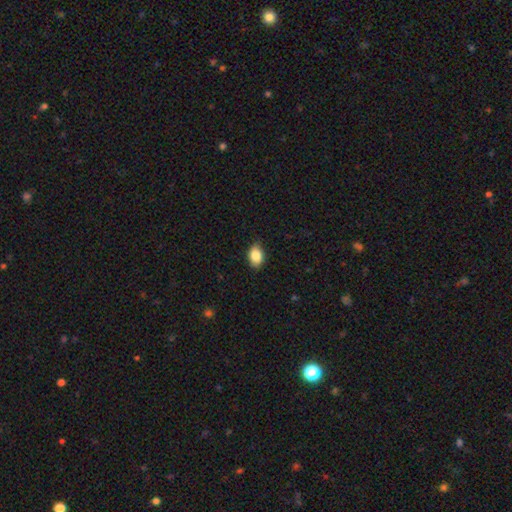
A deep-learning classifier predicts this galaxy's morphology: type=smooth (85%); roundness=in between (82%); merging=none (82%).